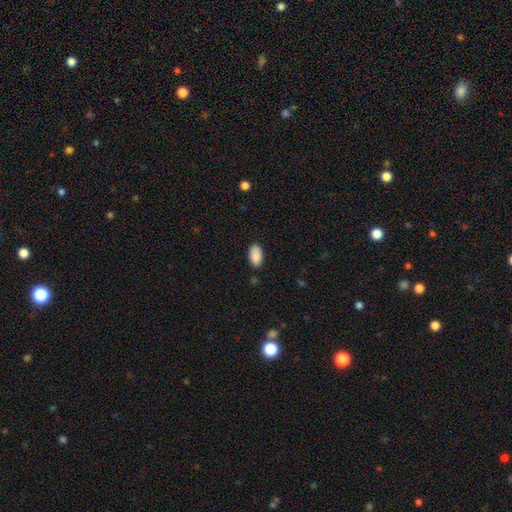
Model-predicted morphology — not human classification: Q: Smooth or featured?
A: smooth (90%); runner-up: star or artifact (7%)
Q: How rounded?
A: in between (95%); runner-up: round (3%)
Q: Merging?
A: none (84%); runner-up: minor disturbance (12%)